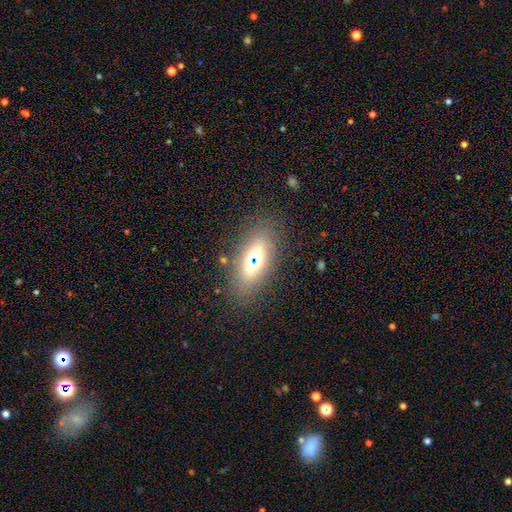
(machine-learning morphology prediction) smooth 55%, featured or disk 26%, star or artifact 19%. Down the decision tree: how rounded — in between (77%); merging — none (82%).